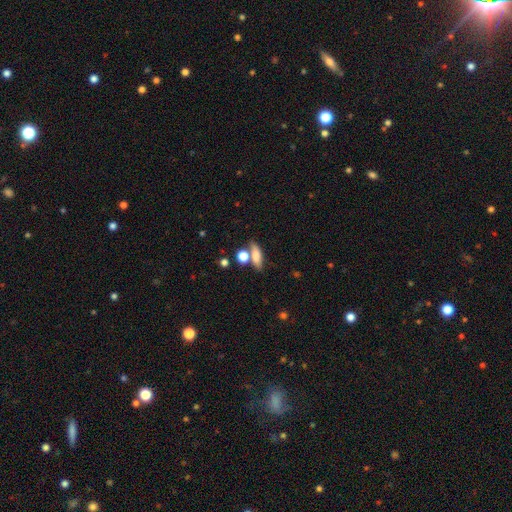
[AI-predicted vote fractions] smooth_or_featured: smooth (p=0.75) [alt: featured or disk p=0.15]
how_rounded: in between (p=0.56) [alt: cigar-shaped p=0.32]
merging: none (p=0.53) [alt: merger p=0.25]